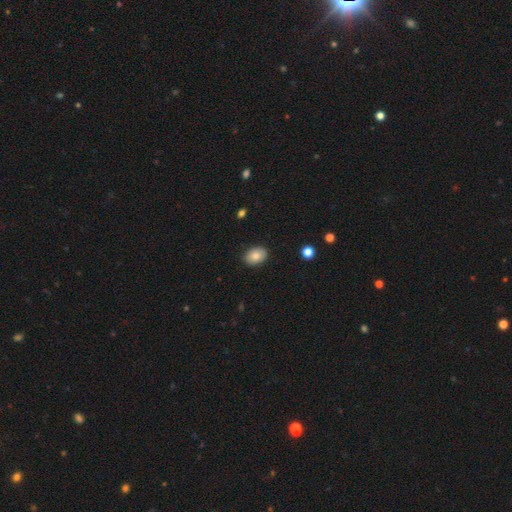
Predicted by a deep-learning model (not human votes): smooth 82%, featured or disk 10%, star or artifact 8%. Down the decision tree: how rounded — in between (75%); merging — none (88%).